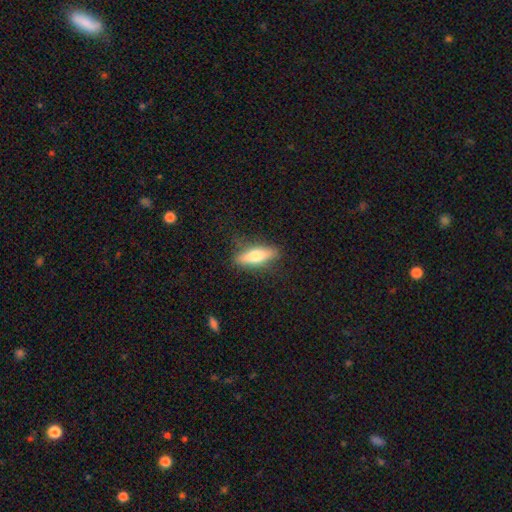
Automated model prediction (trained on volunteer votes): smooth_or_featured: smooth (p=0.61) [alt: featured or disk p=0.32]
how_rounded: cigar-shaped (p=0.49) [tied with: in between p=0.49]
merging: none (p=0.82) [alt: minor disturbance p=0.13]